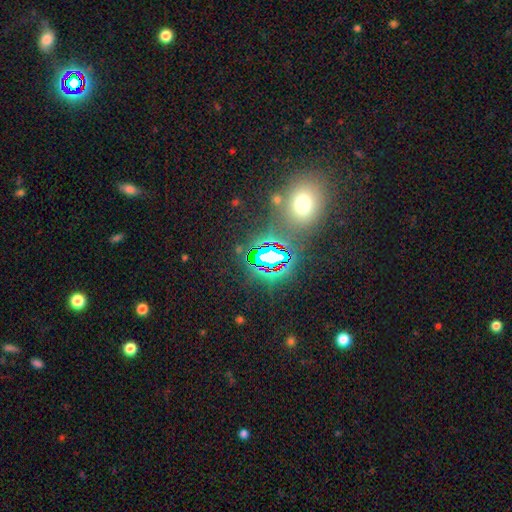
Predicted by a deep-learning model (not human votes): star or artifact 67%, smooth 24%, featured or disk 9%.